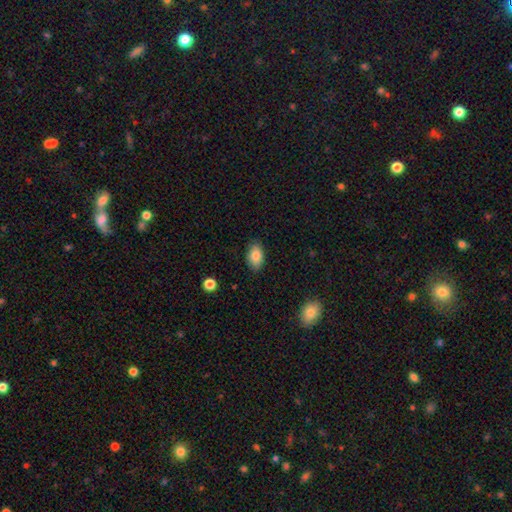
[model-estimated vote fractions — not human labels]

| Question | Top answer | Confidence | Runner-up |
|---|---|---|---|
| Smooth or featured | smooth | 85% | featured or disk (8%) |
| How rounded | in between | 91% | round (7%) |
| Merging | none | 84% | minor disturbance (12%) |